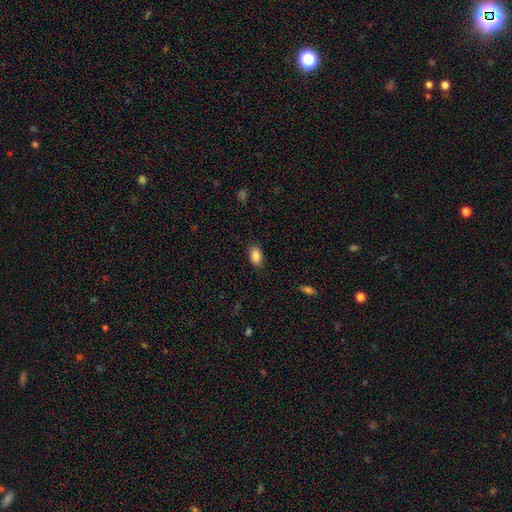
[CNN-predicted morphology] type=smooth (87%); roundness=in between (89%); merging=none (84%).